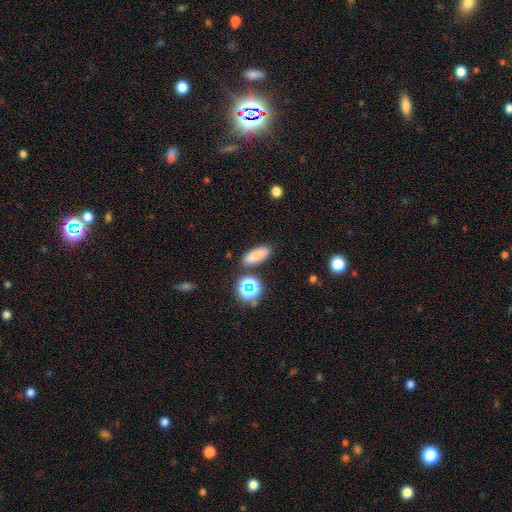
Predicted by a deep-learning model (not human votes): A smooth galaxy with no disk features (79%) that is in between round and cigar-shaped (61%).

Vote fractions:
- Smooth or featured? smooth: 79% / star or artifact: 15% / featured or disk: 7%
- How rounded? in between: 61% / cigar-shaped: 32% / round: 7%
- Merging? none: 83% / minor disturbance: 9% / merger: 5% / major disturbance: 3%